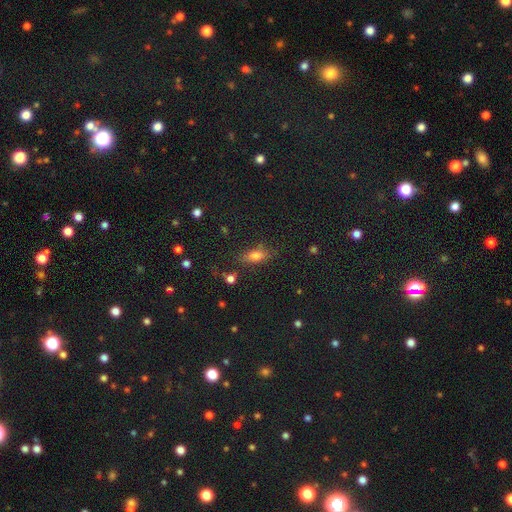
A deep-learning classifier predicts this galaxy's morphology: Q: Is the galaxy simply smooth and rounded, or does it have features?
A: smooth — 67%.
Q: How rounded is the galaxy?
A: in between — 70%.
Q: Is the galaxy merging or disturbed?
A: none — 77%.